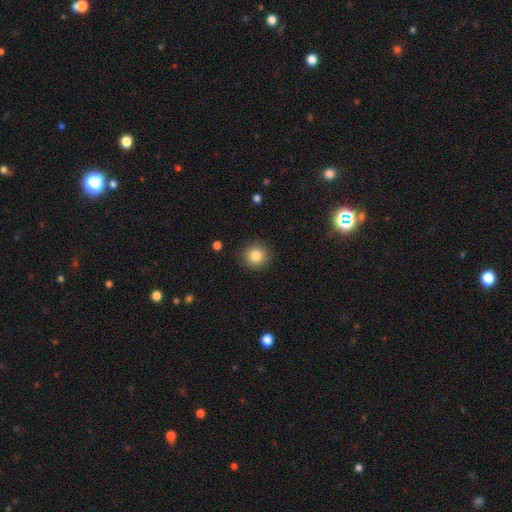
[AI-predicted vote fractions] Smooth or featured: smooth — 84% (star or artifact — 10%)
How rounded: round — 93% (in between — 6%)
Merging: none — 90% (minor disturbance — 6%)